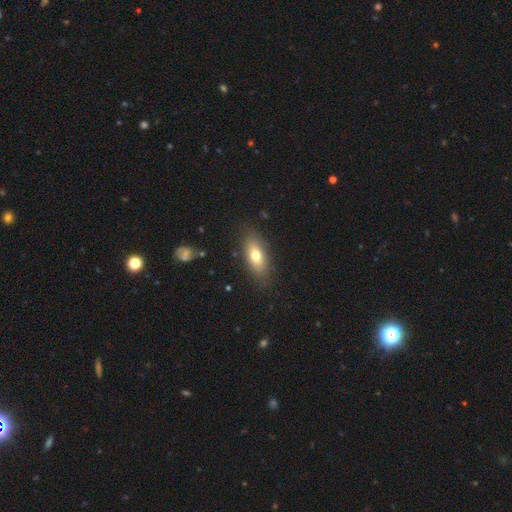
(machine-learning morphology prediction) Q: Smooth or featured?
A: smooth (71%); runner-up: featured or disk (20%)
Q: How rounded?
A: in between (79%); runner-up: cigar-shaped (16%)
Q: Merging?
A: none (84%); runner-up: minor disturbance (11%)